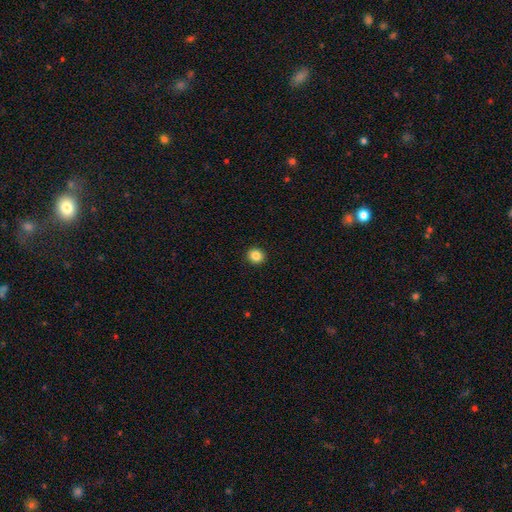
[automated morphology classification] smooth-or-featured: smooth: 86% | star or artifact: 10% | featured or disk: 4%
  how-rounded: round: 85% | in between: 14% | cigar-shaped: 1%
  merging: none: 93% | minor disturbance: 4% | major disturbance: 2% | merger: 1%